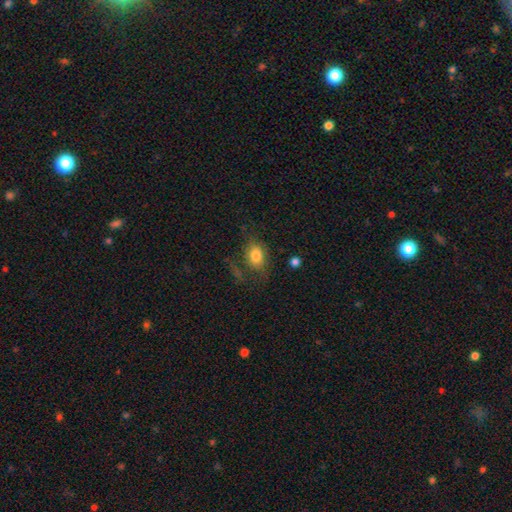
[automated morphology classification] Smooth or featured?
  - smooth: 77% *
  - featured or disk: 13%
  - star or artifact: 10%
How rounded?
  - in between: 72% *
  - round: 26%
  - cigar-shaped: 2%
Merging?
  - none: 57% *
  - minor disturbance: 22%
  - major disturbance: 17%
  - merger: 4%